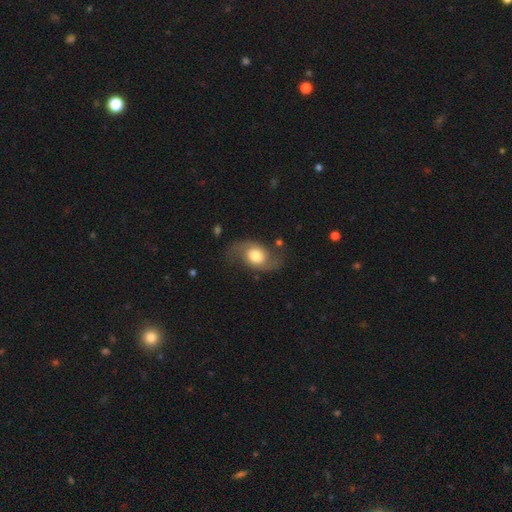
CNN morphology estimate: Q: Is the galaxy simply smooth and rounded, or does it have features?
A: featured or disk — 68%.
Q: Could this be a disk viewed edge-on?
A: no — 96%.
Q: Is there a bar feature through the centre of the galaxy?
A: no — 71%.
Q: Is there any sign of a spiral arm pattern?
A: yes — 89%.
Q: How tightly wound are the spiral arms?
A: loose — 59%.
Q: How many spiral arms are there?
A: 2 — 92%.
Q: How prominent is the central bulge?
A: moderate — 52%.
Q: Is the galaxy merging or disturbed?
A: none — 72%.